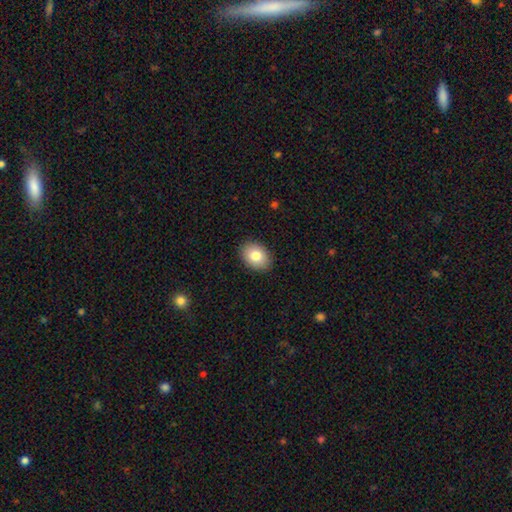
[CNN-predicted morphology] Q: Smooth or featured?
A: smooth (82%); runner-up: featured or disk (10%)
Q: How rounded?
A: in between (76%); runner-up: round (23%)
Q: Merging?
A: none (90%); runner-up: minor disturbance (7%)